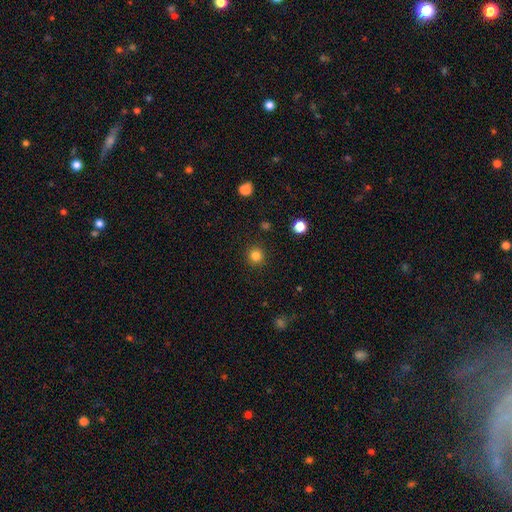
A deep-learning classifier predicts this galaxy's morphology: smooth_or_featured: smooth (p=0.82) [alt: star or artifact p=0.13]
how_rounded: round (p=0.95) [alt: in between p=0.04]
merging: none (p=0.92) [alt: minor disturbance p=0.05]